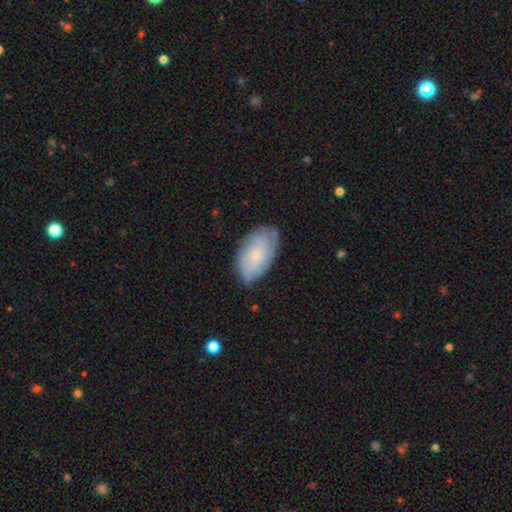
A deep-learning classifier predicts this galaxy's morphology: smooth_or_featured: featured or disk (p=0.49) [alt: smooth p=0.44]
merging: none (p=0.72) [alt: minor disturbance p=0.21]